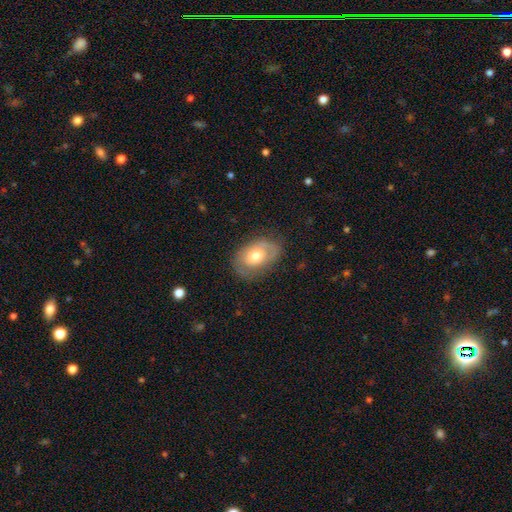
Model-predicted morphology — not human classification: Smooth or featured?
  - smooth: 51% *
  - featured or disk: 42%
  - star or artifact: 7%
How rounded?
  - in between: 82% *
  - round: 17%
  - cigar-shaped: 1%
Merging?
  - none: 72% *
  - minor disturbance: 19%
  - major disturbance: 7%
  - merger: 1%